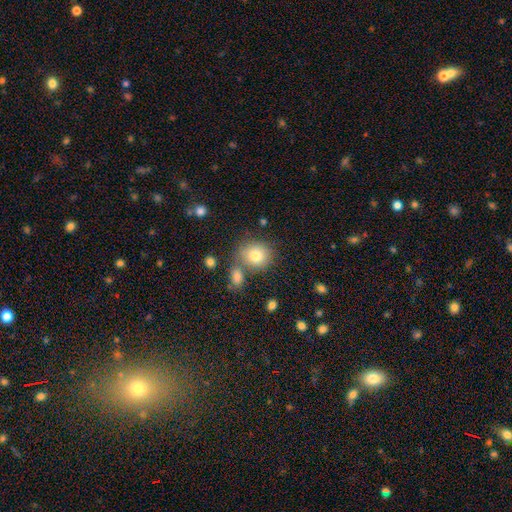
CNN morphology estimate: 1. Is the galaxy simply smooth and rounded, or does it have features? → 80% smooth, 10% star or artifact, 10% featured or disk.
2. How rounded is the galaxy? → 78% round, 21% in between, 1% cigar-shaped.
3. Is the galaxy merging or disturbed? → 66% none, 18% merger, 12% minor disturbance, 4% major disturbance.